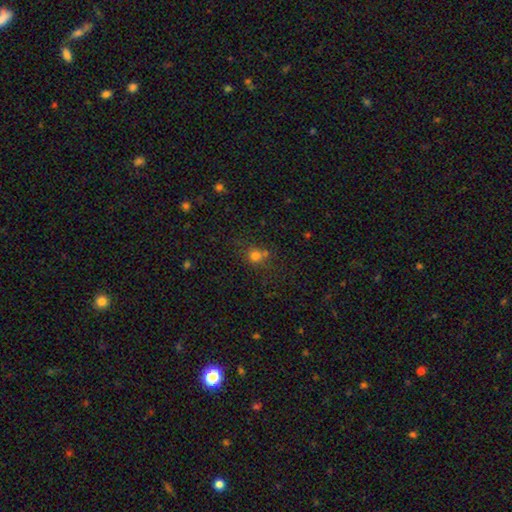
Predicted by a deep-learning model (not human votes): Q: Smooth or featured?
A: smooth (74%); runner-up: star or artifact (18%)
Q: How rounded?
A: round (84%); runner-up: in between (15%)
Q: Merging?
A: none (63%); runner-up: merger (17%)